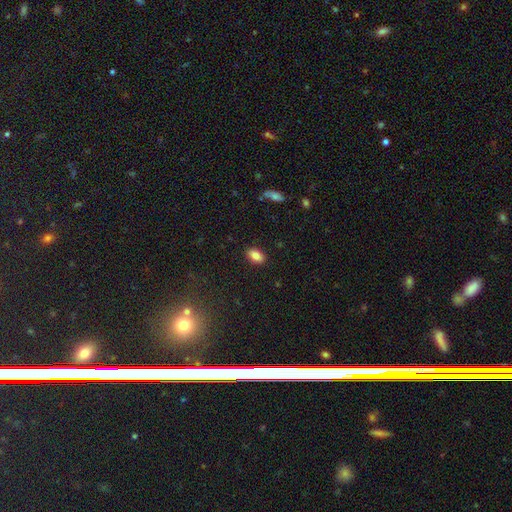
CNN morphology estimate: smooth-or-featured: smooth: 84% | star or artifact: 9% | featured or disk: 7%
  how-rounded: in between: 90% | round: 8% | cigar-shaped: 2%
  merging: none: 88% | minor disturbance: 8% | major disturbance: 2% | merger: 1%